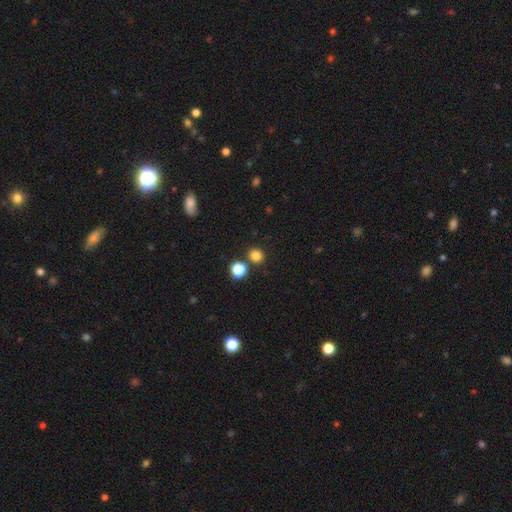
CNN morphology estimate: The model was most divided on "smooth or featured": smooth: 81%, star or artifact: 15%, featured or disk: 4%. More confident: how rounded — round (86%); merging — none (83%).